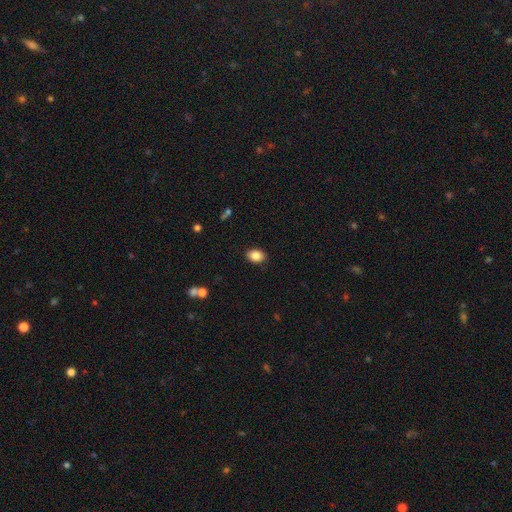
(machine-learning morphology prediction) smooth-or-featured: smooth: 86% | star or artifact: 8% | featured or disk: 6%
  how-rounded: in between: 81% | round: 18% | cigar-shaped: 1%
  merging: none: 89% | minor disturbance: 8% | major disturbance: 2% | merger: 1%